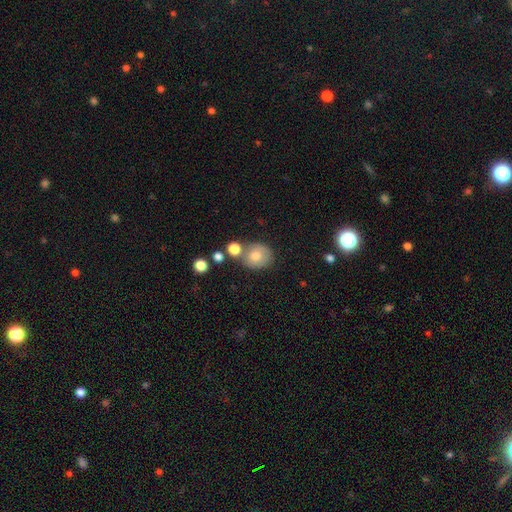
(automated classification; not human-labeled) A smooth galaxy with no disk features (75%) that is round (78%). Merging: none (61%).